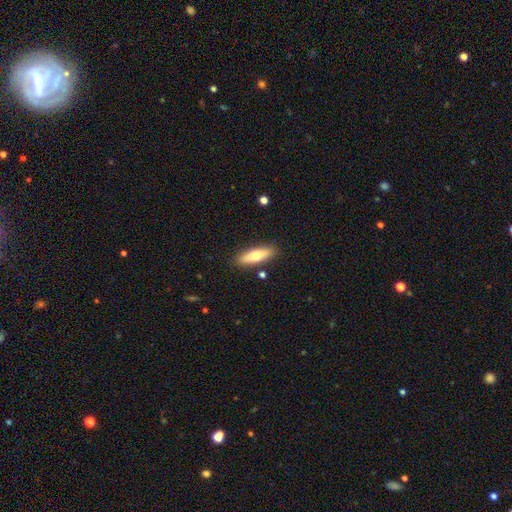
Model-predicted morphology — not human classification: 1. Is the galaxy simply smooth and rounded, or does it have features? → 65% smooth, 29% featured or disk, 6% star or artifact.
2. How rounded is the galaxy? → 55% cigar-shaped, 43% in between, 2% round.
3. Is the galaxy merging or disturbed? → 86% none, 9% minor disturbance, 3% merger, 2% major disturbance.